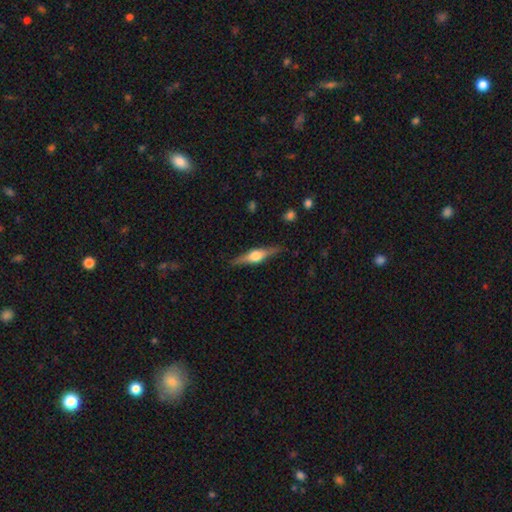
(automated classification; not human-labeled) smooth-or-featured: featured or disk: 73% | smooth: 21% | star or artifact: 6%
  disk-edge-on: yes: 97% | no: 3%
    edge-on-bulge: rounded: 93% | boxy: 5% | none: 2%
  merging: none: 88% | minor disturbance: 9% | major disturbance: 2% | merger: 1%